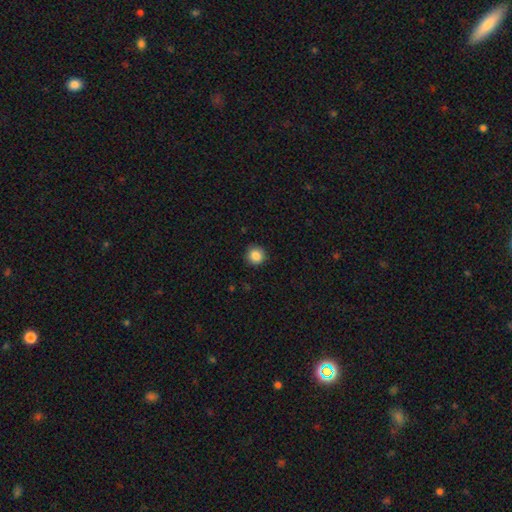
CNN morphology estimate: Q: Smooth or featured?
A: smooth (87%); runner-up: star or artifact (10%)
Q: How rounded?
A: round (94%); runner-up: in between (5%)
Q: Merging?
A: none (91%); runner-up: minor disturbance (6%)